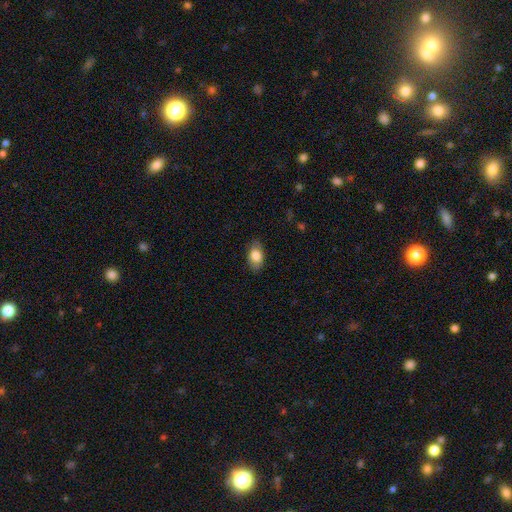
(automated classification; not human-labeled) Morphology: type=smooth (82%); roundness=in between (90%); merging=none (82%).